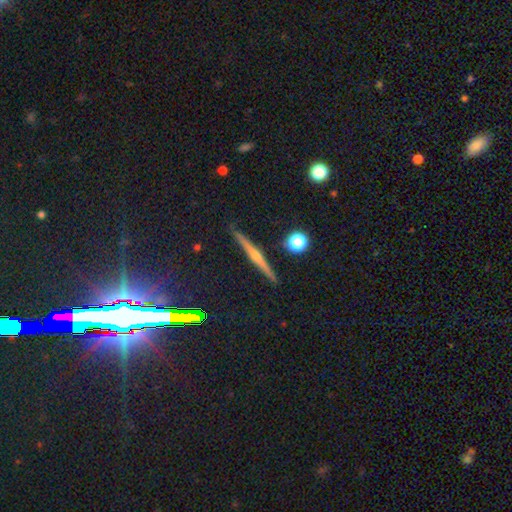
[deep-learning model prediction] Morphology: type=featured or disk (71%); edge-on=yes (98%); edge-on bulge=rounded (82%); merging=none (91%).